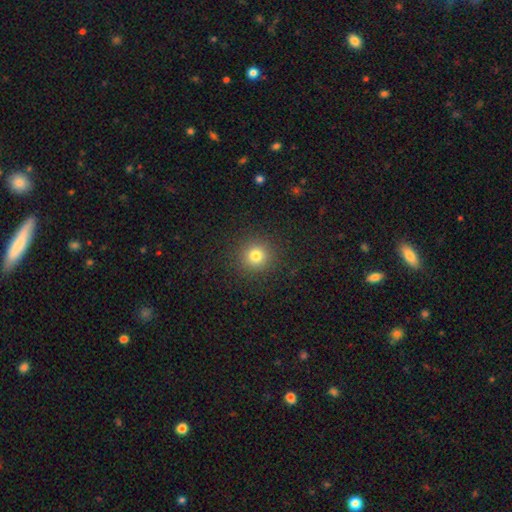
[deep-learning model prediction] The model was most divided on "smooth or featured": smooth: 79%, star or artifact: 15%, featured or disk: 6%. More confident: how rounded — round (94%); merging — none (91%).